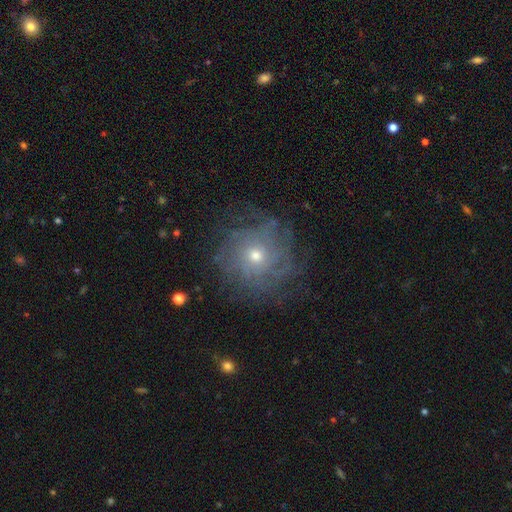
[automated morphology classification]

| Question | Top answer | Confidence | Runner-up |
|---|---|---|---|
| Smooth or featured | featured or disk | 66% | smooth (21%) |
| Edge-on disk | no | 97% | yes (3%) |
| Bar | no | 85% | weak (12%) |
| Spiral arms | yes | 77% | no (23%) |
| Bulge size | small | 49% | moderate (46%) |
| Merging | none | 71% | minor disturbance (16%) |